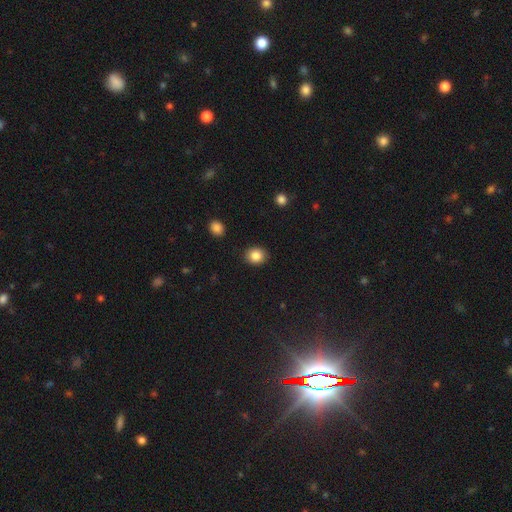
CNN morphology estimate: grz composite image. It shows a smooth galaxy with no disk features (86%) that is round (65%). Merging: none (88%).